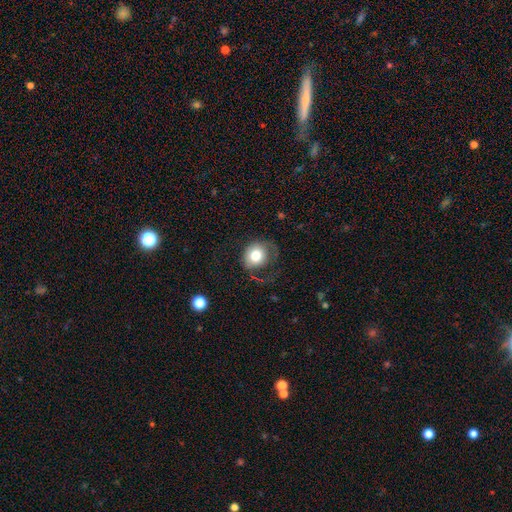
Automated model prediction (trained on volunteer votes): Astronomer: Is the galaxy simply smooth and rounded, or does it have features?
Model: smooth — 74%.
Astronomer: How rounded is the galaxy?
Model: round — 74%.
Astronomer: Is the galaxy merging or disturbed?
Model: none — 48% (runner-up: major disturbance, 26%).